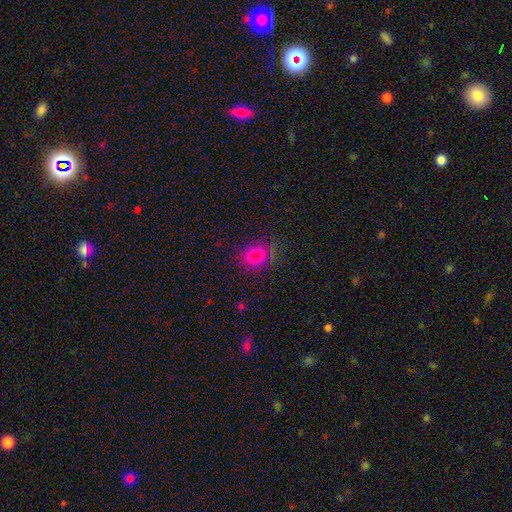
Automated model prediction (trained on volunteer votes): Smooth or featured? smooth (80%)
How rounded? round (63%)
Merging? none (79%)